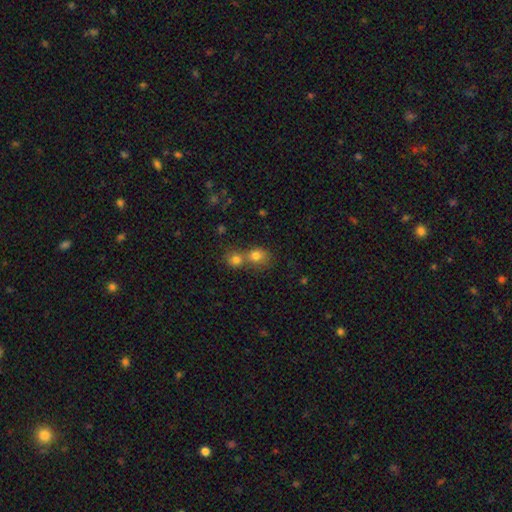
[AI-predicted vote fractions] Morphology: type=smooth (76%); roundness=round (64%); merging=merger (59%).